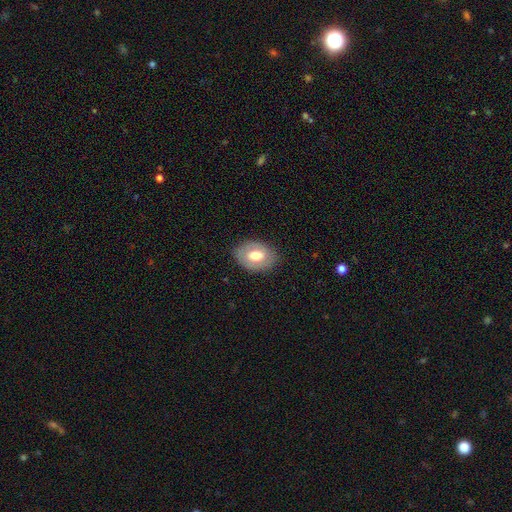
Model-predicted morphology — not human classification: This is possibly a smooth galaxy (58%). How rounded: likely in between (78%). Merging: clearly none (83%).